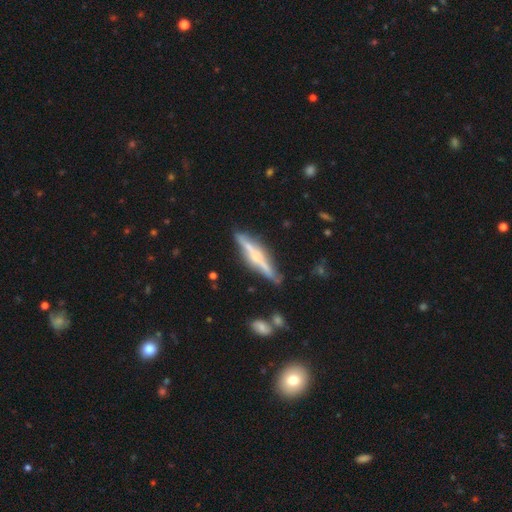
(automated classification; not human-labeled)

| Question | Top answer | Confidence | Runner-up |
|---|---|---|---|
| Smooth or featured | featured or disk | 71% | smooth (23%) |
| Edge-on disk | yes | 96% | no (4%) |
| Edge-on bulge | rounded | 68% | boxy (18%) |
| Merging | none | 81% | minor disturbance (13%) |